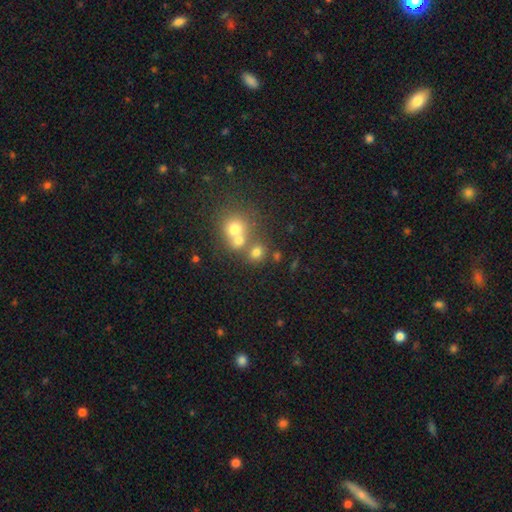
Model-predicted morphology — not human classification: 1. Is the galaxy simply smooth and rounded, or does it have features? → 57% smooth, 23% star or artifact, 19% featured or disk.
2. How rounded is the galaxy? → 79% round, 20% in between, 1% cigar-shaped.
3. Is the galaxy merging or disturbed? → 49% merger, 41% none, 7% minor disturbance, 4% major disturbance.